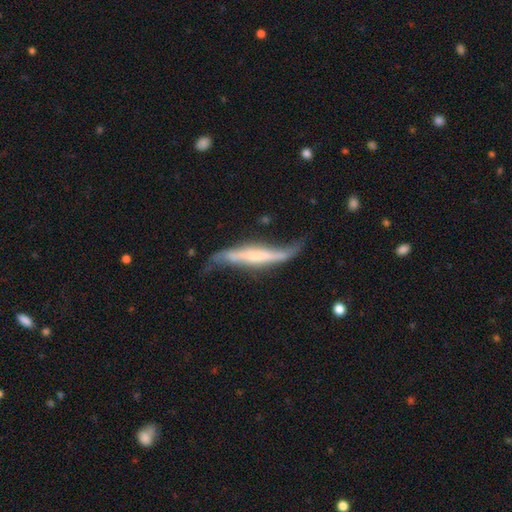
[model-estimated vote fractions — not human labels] This is likely a featured or disk galaxy (71%). It is likely viewed edge-on (61%). Merging: marginally none (44%).